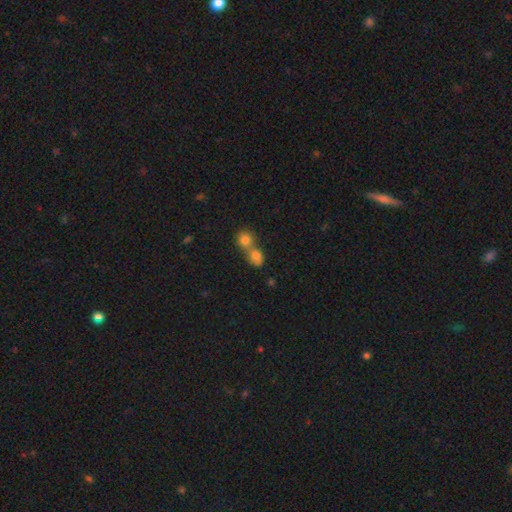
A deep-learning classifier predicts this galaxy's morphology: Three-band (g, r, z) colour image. It shows a smooth galaxy with no disk features (76%) that is round (61%). Merging: merger (71%).